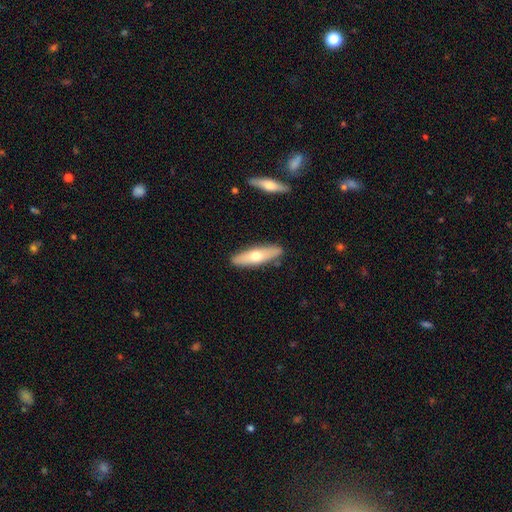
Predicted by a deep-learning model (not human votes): Smooth or featured? Predicted: smooth (p=0.56). How rounded? Predicted: cigar-shaped (p=0.59). Merging? Predicted: none (p=0.88).